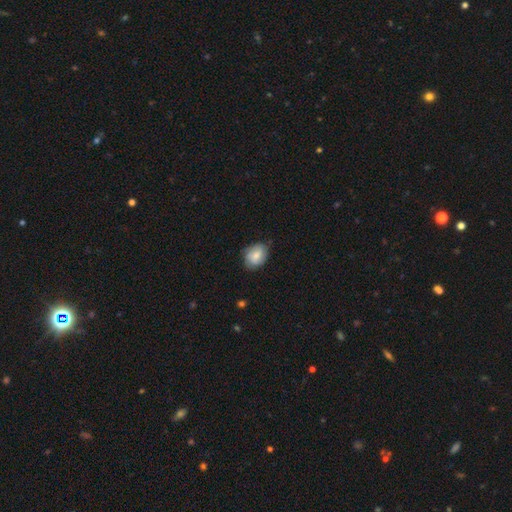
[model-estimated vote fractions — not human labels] Smooth or featured?
  - smooth: 68% *
  - featured or disk: 25%
  - star or artifact: 7%
How rounded?
  - in between: 66% *
  - round: 33%
  - cigar-shaped: 1%
Merging?
  - none: 68% *
  - minor disturbance: 26%
  - major disturbance: 5%
  - merger: 1%